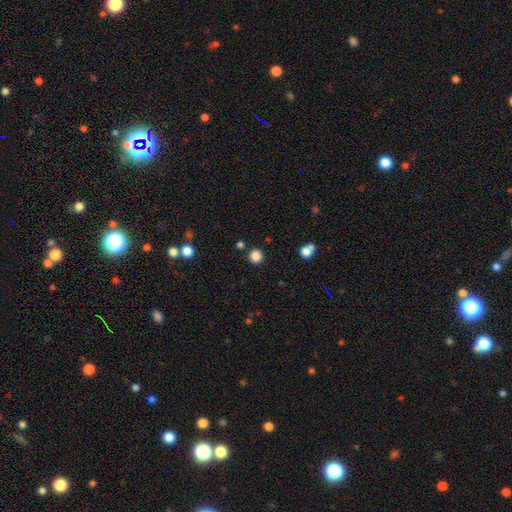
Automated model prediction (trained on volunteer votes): Morphology: type=smooth (84%); roundness=round (95%); merging=none (88%).